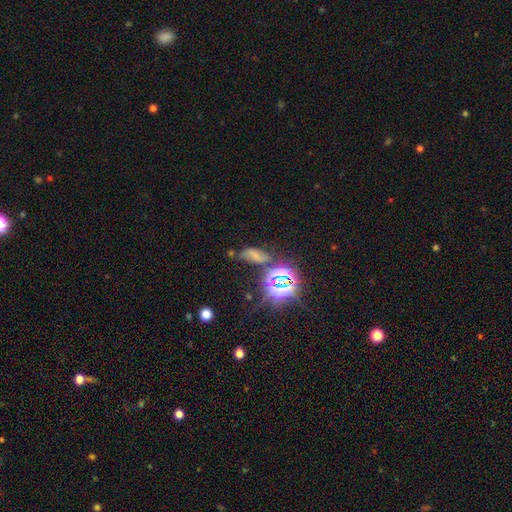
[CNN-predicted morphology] This appears to be a smooth galaxy with no disk features (46%). Merging: none (57%).